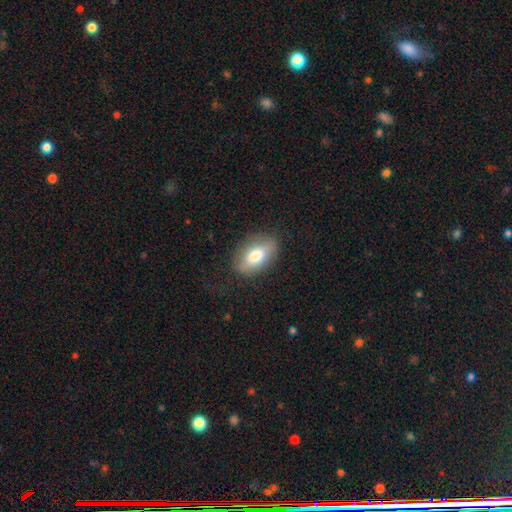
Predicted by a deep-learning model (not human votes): This is likely a smooth galaxy (77%). How rounded: clearly in between (91%). Merging: likely none (78%).